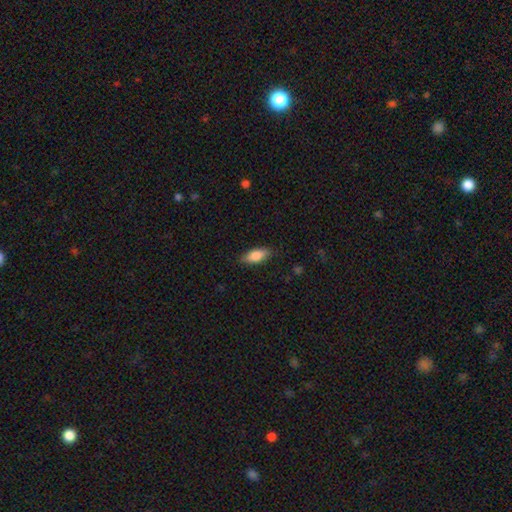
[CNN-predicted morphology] This is clearly a smooth galaxy (84%). How rounded: clearly in between (81%). Merging: clearly none (84%).